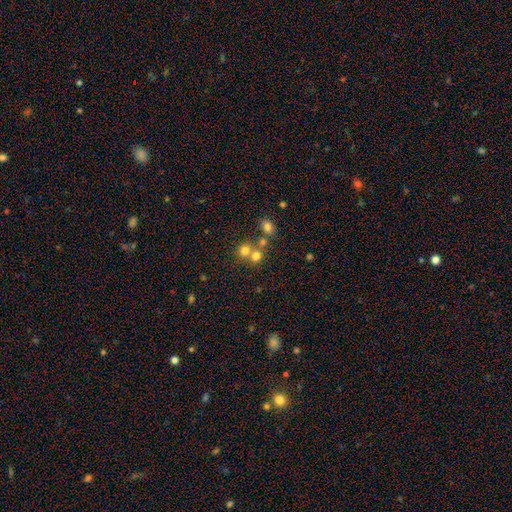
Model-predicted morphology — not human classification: Smooth or featured? Predicted: smooth (p=0.71). How rounded? Predicted: round (p=0.84). Merging? Predicted: none (p=0.48).